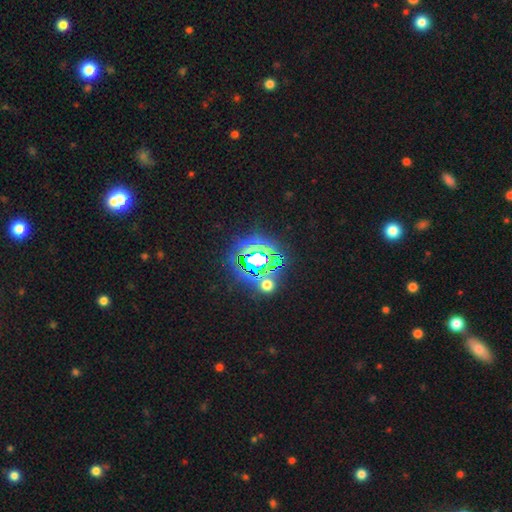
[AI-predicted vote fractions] star or artifact 74%, smooth 15%, featured or disk 11%.